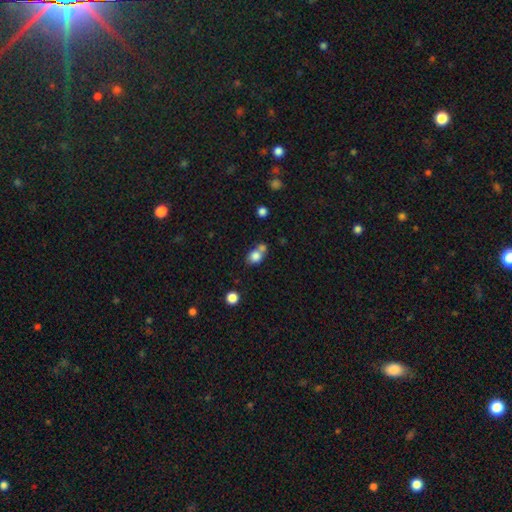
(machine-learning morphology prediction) Overall: smooth (80%). How rounded: round (61%; in between 38%). Merging: none (43%; merger 42%).